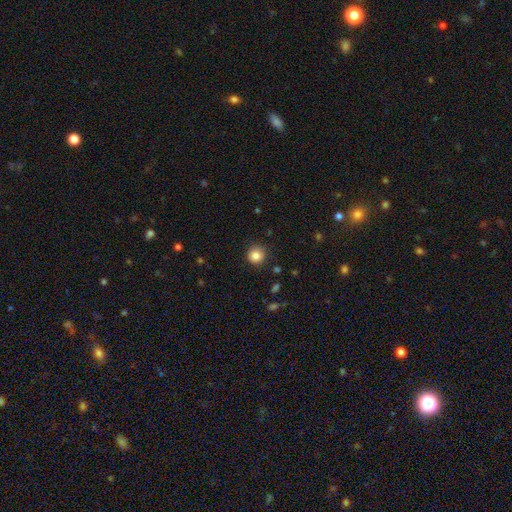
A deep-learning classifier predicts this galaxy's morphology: smooth 84%, star or artifact 11%, featured or disk 5%. Down the decision tree: how rounded — round (93%); merging — none (88%).